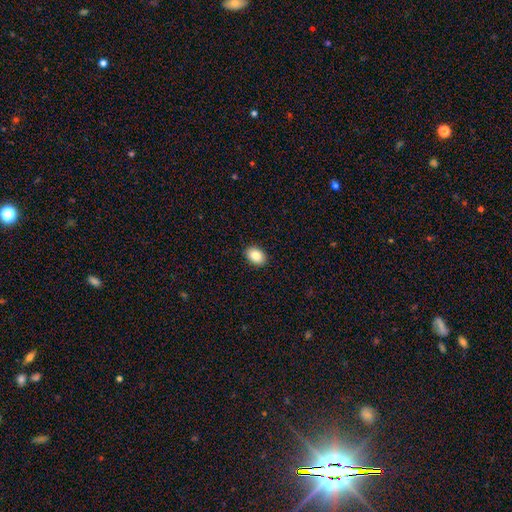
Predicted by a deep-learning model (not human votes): smooth_or_featured: smooth (p=0.85) [alt: star or artifact p=0.08]
how_rounded: in between (p=0.79) [alt: round p=0.20]
merging: none (p=0.90) [alt: minor disturbance p=0.08]